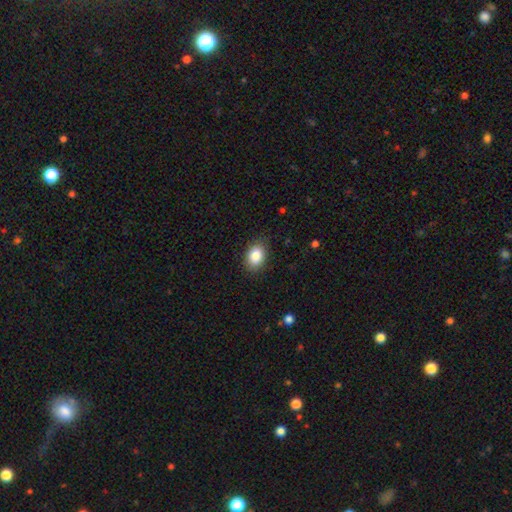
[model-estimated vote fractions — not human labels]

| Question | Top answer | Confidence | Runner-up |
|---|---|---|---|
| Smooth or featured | smooth | 87% | star or artifact (8%) |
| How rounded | in between | 79% | round (20%) |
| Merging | none | 84% | minor disturbance (12%) |